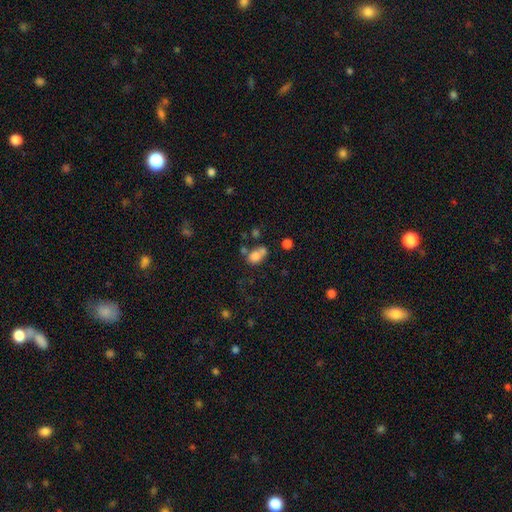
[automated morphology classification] type=smooth (74%); roundness=in between (59%); merging=merger (42%).